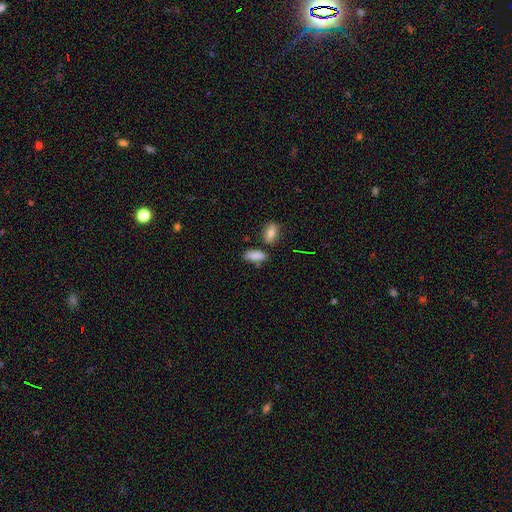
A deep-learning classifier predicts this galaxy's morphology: type=smooth (85%); roundness=in between (85%); merging=none (69%).